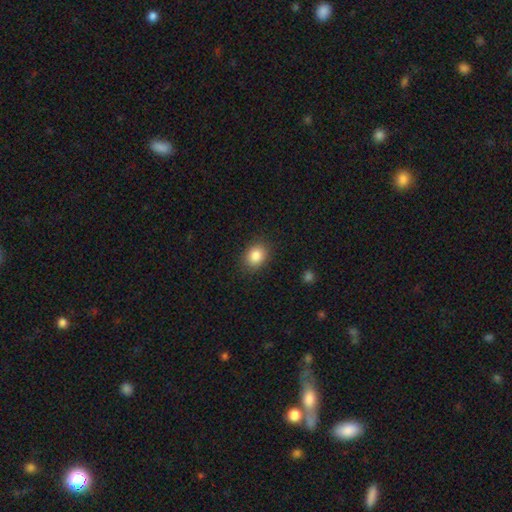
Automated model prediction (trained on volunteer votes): A smooth galaxy with no disk features (86%) that is in between round and cigar-shaped (54%).

Vote fractions:
- Smooth or featured? smooth: 86% / star or artifact: 9% / featured or disk: 6%
- How rounded? in between: 54% / round: 45% / cigar-shaped: 1%
- Merging? none: 87% / minor disturbance: 10% / major disturbance: 3% / merger: 1%